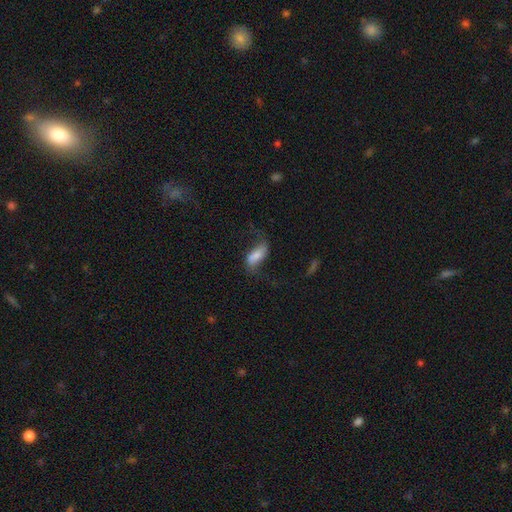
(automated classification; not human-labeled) Smooth or featured?
  - smooth: 48% *
  - featured or disk: 43%
  - star or artifact: 8%
Merging?
  - none: 52% *
  - major disturbance: 23%
  - minor disturbance: 22%
  - merger: 3%